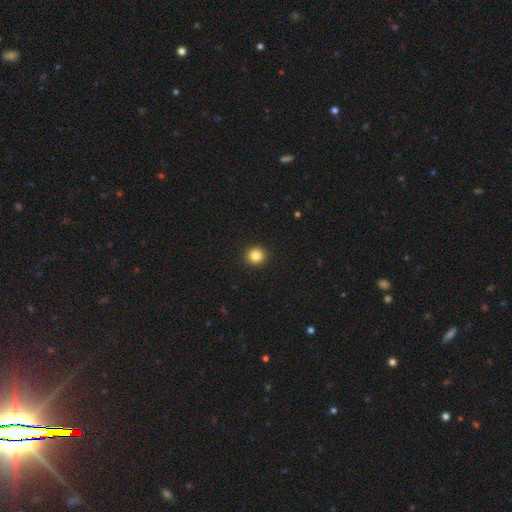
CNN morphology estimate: Overall: smooth (84%). How rounded: round (92%). Merging: none (94%).